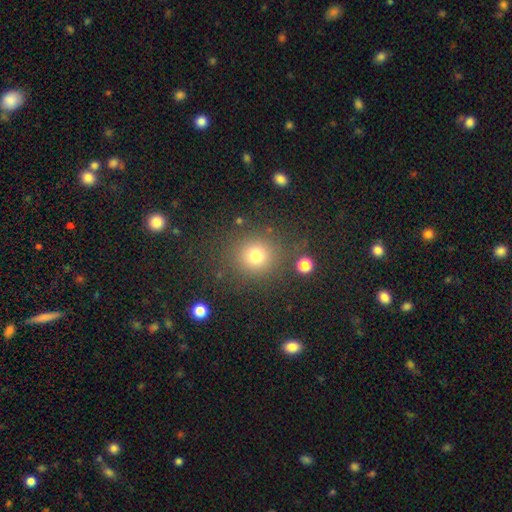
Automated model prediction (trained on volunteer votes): smooth_or_featured: smooth (p=0.77) [alt: star or artifact p=0.15]
how_rounded: round (p=0.89) [alt: in between p=0.10]
merging: none (p=0.83) [alt: minor disturbance p=0.09]